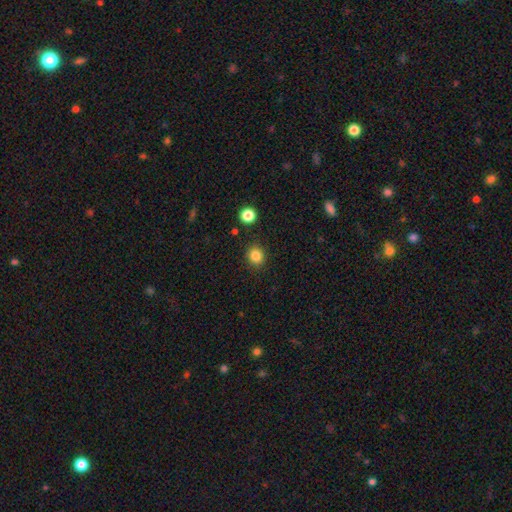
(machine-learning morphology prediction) smooth_or_featured: smooth (p=0.85) [alt: star or artifact p=0.11]
how_rounded: round (p=0.81) [alt: in between p=0.18]
merging: none (p=0.88) [alt: minor disturbance p=0.07]